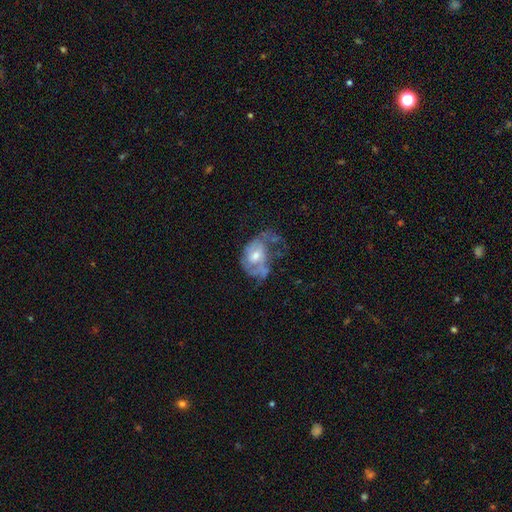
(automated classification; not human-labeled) smooth_or_featured: featured or disk (p=0.68) [alt: smooth p=0.24]
disk_edge_on: no (p=0.97) [alt: yes p=0.03]
bar: no (p=0.62) [alt: weak p=0.32]
has_spiral_arms: yes (p=0.66) [alt: no p=0.34]
bulge_size: moderate (p=0.59) [alt: small p=0.28]
merging: major disturbance (p=0.47) [alt: none p=0.24]